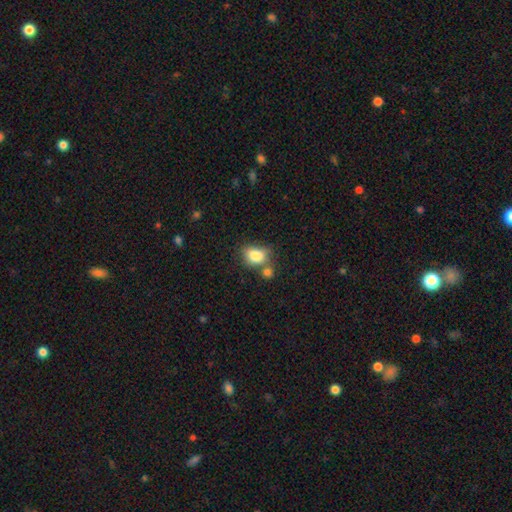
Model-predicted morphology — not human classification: A smooth galaxy with no disk features (82%) that is in between round and cigar-shaped (60%).

Vote fractions:
- Smooth or featured? smooth: 82% / star or artifact: 9% / featured or disk: 8%
- How rounded? in between: 60% / round: 39% / cigar-shaped: 1%
- Merging? none: 48% / merger: 28% / minor disturbance: 17% / major disturbance: 7%